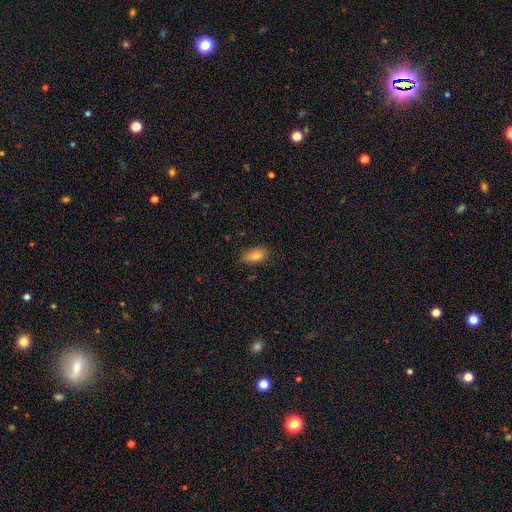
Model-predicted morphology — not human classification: smooth 81%, featured or disk 10%, star or artifact 9%. Down the decision tree: how rounded — in between (87%); merging — none (83%).